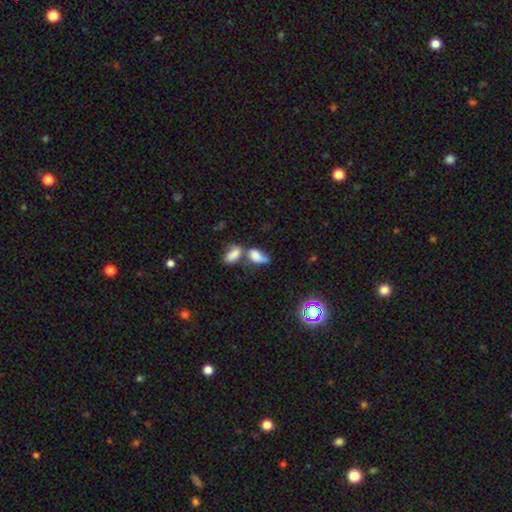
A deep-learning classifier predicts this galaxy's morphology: Smooth or featured?
  - smooth: 77% *
  - featured or disk: 13%
  - star or artifact: 11%
How rounded?
  - in between: 88% *
  - round: 6%
  - cigar-shaped: 5%
Merging?
  - merger: 60% *
  - none: 21%
  - minor disturbance: 11%
  - major disturbance: 8%